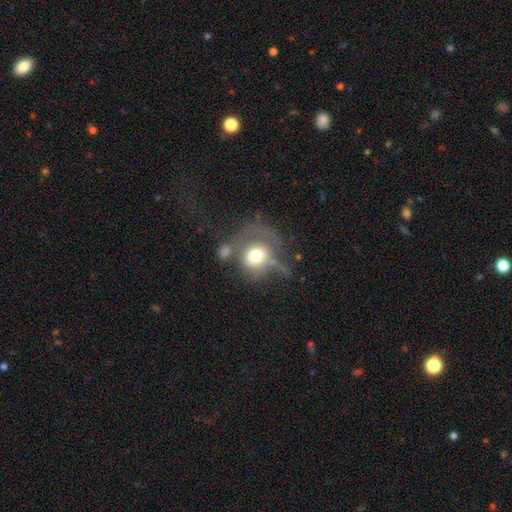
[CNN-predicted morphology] smooth_or_featured: smooth (p=0.61) [alt: featured or disk p=0.29]
how_rounded: round (p=0.78) [alt: in between p=0.21]
merging: none (p=0.32) [alt: major disturbance p=0.31]